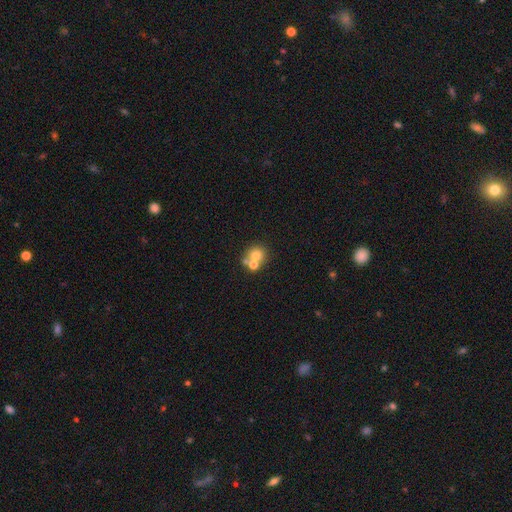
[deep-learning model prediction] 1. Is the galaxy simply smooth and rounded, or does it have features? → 68% smooth, 18% featured or disk, 13% star or artifact.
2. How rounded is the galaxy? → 85% round, 14% in between, 1% cigar-shaped.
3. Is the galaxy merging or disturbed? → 46% none, 44% merger, 7% minor disturbance, 3% major disturbance.